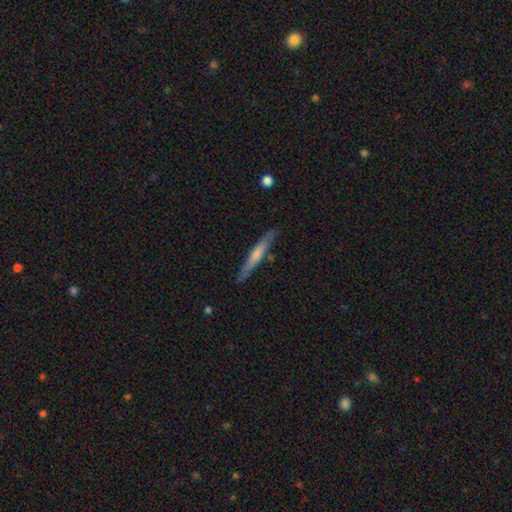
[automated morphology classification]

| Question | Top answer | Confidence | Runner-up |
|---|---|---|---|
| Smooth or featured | featured or disk | 50% | smooth (45%) |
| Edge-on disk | yes | 93% | no (7%) |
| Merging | none | 84% | minor disturbance (12%) |